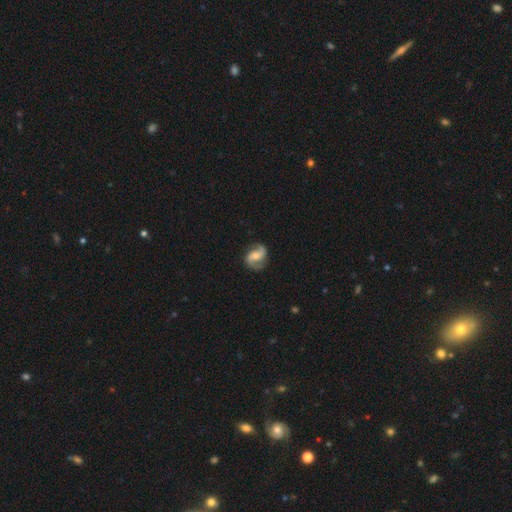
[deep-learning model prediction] This is clearly a featured or disk galaxy (83%). It is clearly not viewed edge-on (98%). Bar: marginally weak (42%). Spiral arm pattern: clearly yes (96%). Spiral arm count: clearly 2 (92%). Spiral winding: possibly medium (47%). Central bulge: possibly moderate (52%). Merging: clearly none (81%).